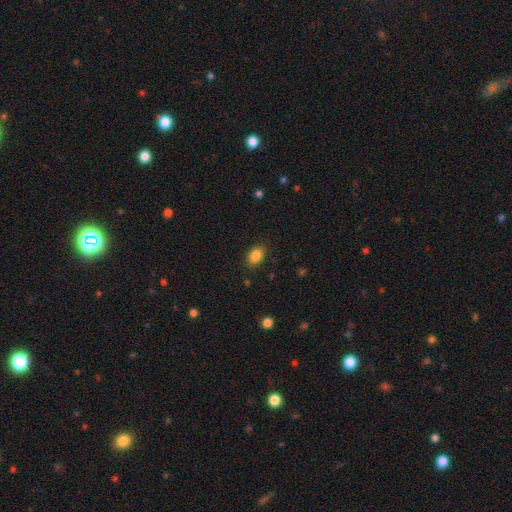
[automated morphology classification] smooth 86%, star or artifact 9%, featured or disk 5%. Down the decision tree: how rounded — in between (82%); merging — none (87%).